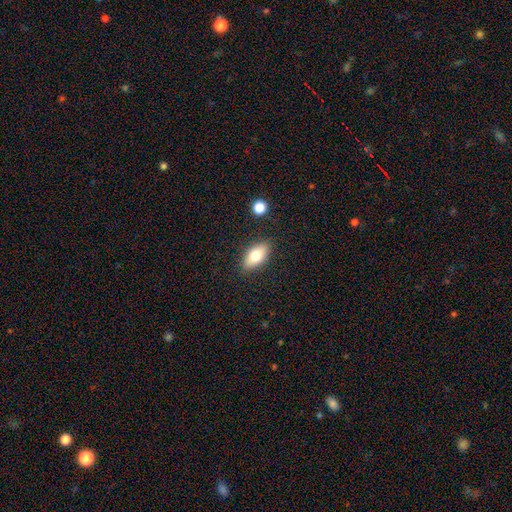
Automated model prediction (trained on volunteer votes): This is likely a smooth galaxy (72%). How rounded: clearly in between (87%). Merging: clearly none (85%).